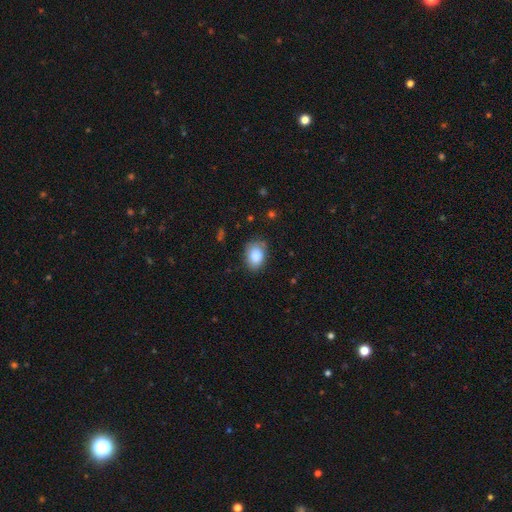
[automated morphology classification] Smooth or featured: smooth — 87% (star or artifact — 7%)
How rounded: in between — 74% (round — 25%)
Merging: none — 73% (minor disturbance — 20%)